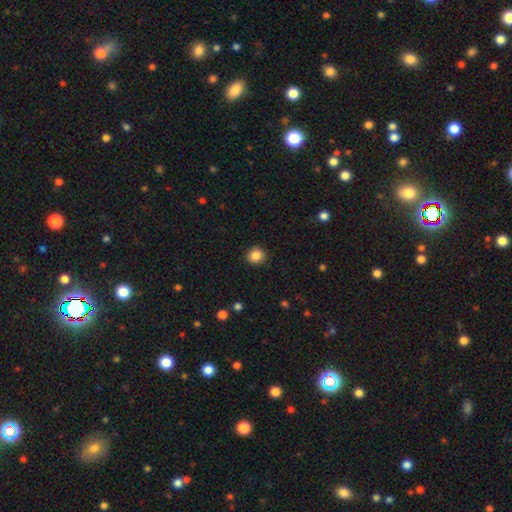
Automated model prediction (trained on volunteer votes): This is clearly a smooth galaxy (86%). How rounded: clearly round (89%). Merging: clearly none (89%).